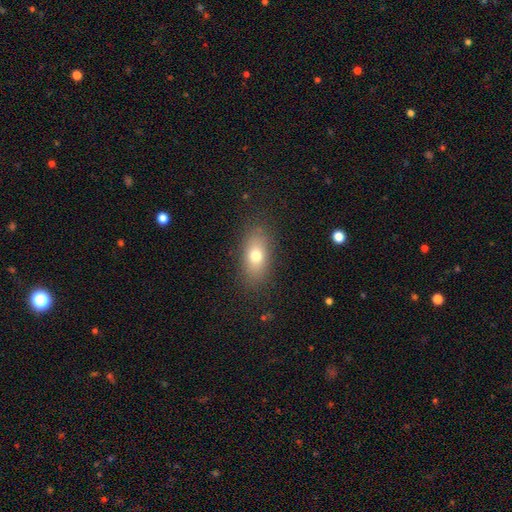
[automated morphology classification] smooth 73%, featured or disk 17%, star or artifact 10%. Down the decision tree: how rounded — in between (81%); merging — none (84%).